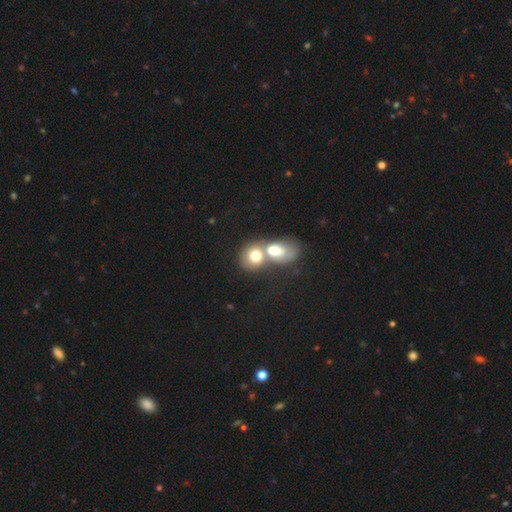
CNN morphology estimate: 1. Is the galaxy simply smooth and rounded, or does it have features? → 68% smooth, 23% featured or disk, 9% star or artifact.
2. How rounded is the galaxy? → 57% round, 42% in between, 1% cigar-shaped.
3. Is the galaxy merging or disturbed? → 74% merger, 16% none, 6% minor disturbance, 5% major disturbance.